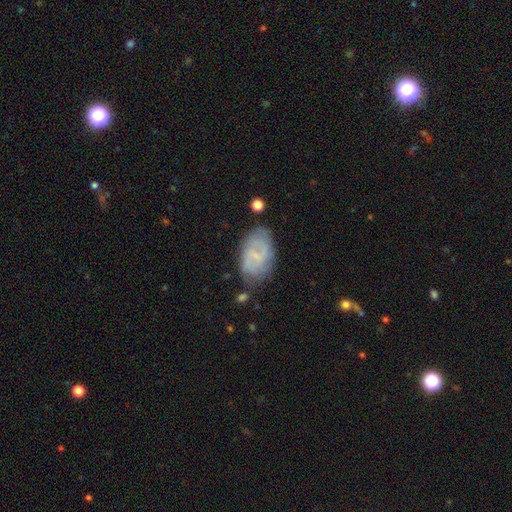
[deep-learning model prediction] Q: Smooth or featured?
A: featured or disk (59%); runner-up: smooth (33%)
Q: Edge-on disk?
A: no (97%); runner-up: yes (3%)
Q: Bar?
A: weak (53%); runner-up: no (32%)
Q: Spiral arms?
A: yes (80%); runner-up: no (20%)
Q: Bulge size?
A: small (47%); runner-up: none (40%)
Q: Merging?
A: none (68%); runner-up: minor disturbance (21%)